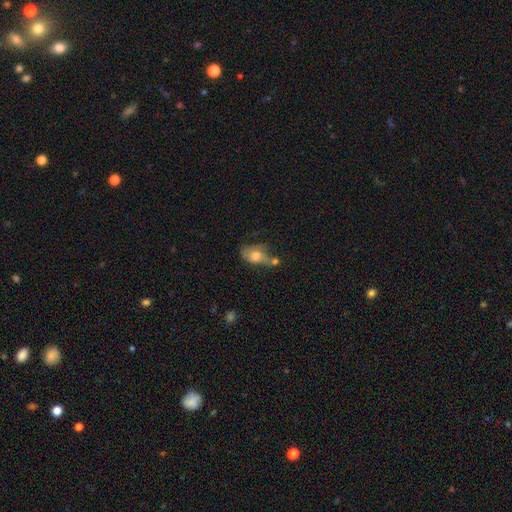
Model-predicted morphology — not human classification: smooth 65%, featured or disk 27%, star or artifact 8%. Down the decision tree: how rounded — in between (80%); merging — merger (31%).